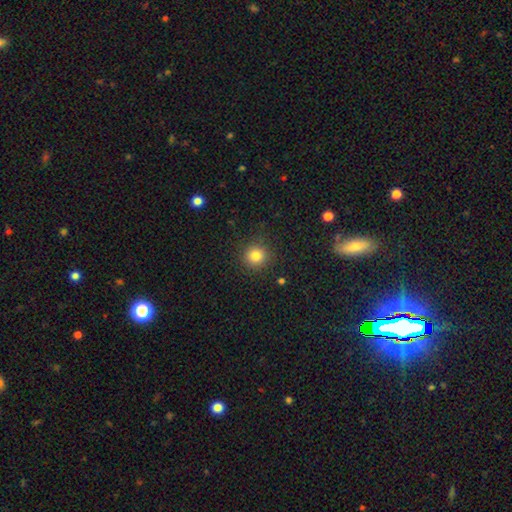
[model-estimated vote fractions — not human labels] This is clearly a smooth galaxy (82%). How rounded: clearly round (92%). Merging: clearly none (89%).